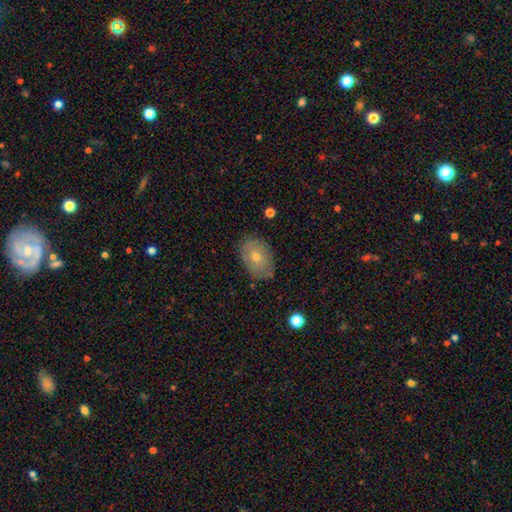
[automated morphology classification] Overall: smooth (62%; featured or disk 29%). How rounded: in between (83%). Merging: none (82%).